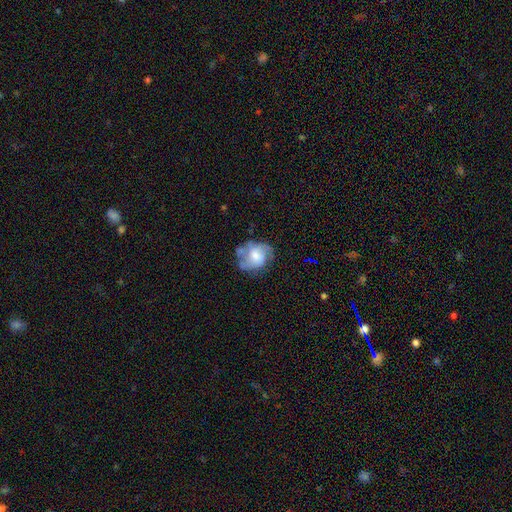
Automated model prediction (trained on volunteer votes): Overall: featured or disk (61%; smooth 32%). Edge-on disk: no (97%). Bar: no (63%; weak 31%). Spiral arms: yes (76%). Bulge size: moderate (46%; small 25%). Merging: none (50%; minor disturbance 27%).